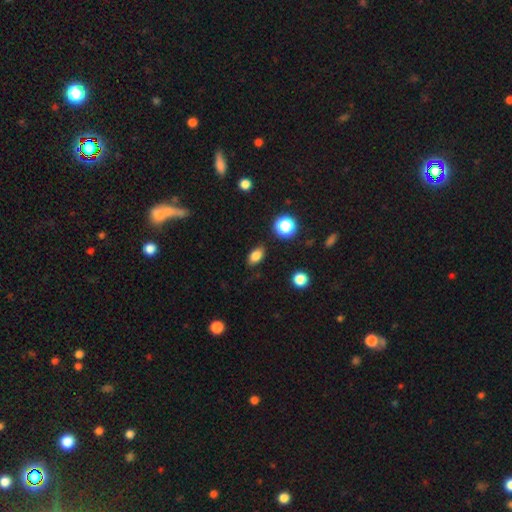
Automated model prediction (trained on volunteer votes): smooth-or-featured: smooth: 82% | star or artifact: 12% | featured or disk: 6%
  how-rounded: in between: 86% | round: 12% | cigar-shaped: 3%
  merging: none: 85% | minor disturbance: 10% | major disturbance: 3% | merger: 2%